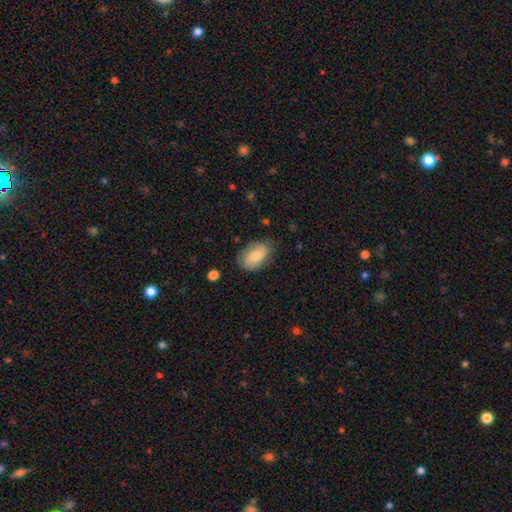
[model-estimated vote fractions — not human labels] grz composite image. It shows a smooth galaxy with no disk features (76%) that is in between round and cigar-shaped (91%). Merging: none (73%).